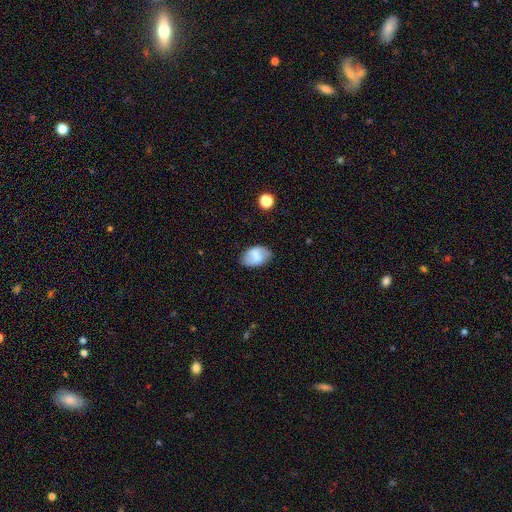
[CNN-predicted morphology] type=smooth (66%); roundness=in between (88%); merging=none (75%).